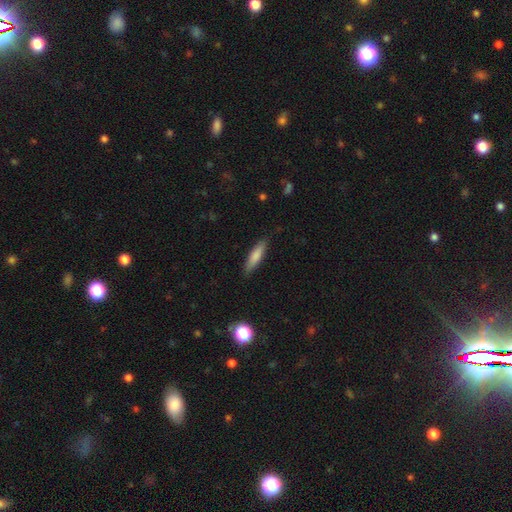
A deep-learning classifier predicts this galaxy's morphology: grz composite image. It shows a smooth galaxy with no disk features (81%) that is cigar-shaped (70%). Merging: none (86%).